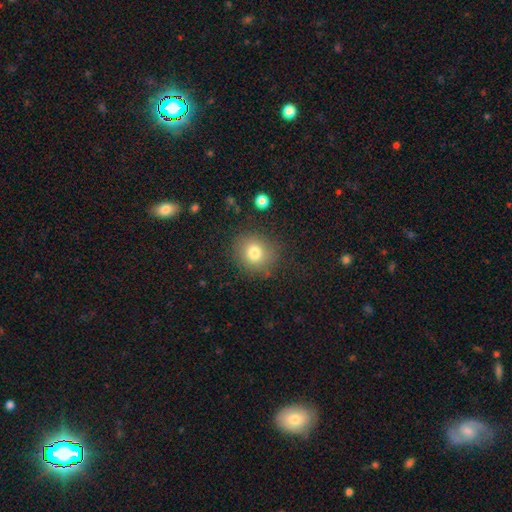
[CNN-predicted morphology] Overall: smooth (78%). How rounded: round (81%). Merging: none (86%).